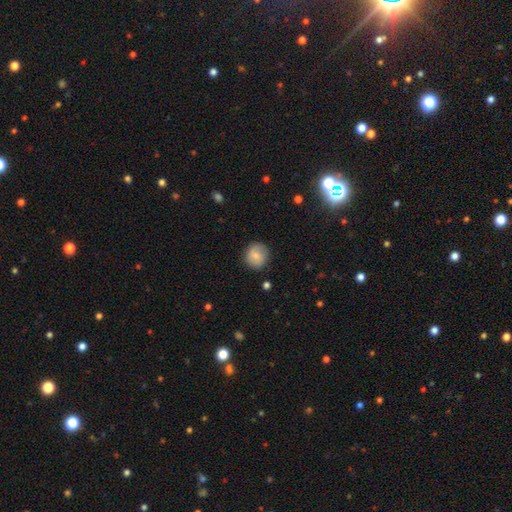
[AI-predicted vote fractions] Smooth or featured: smooth — 77% (featured or disk — 16%)
How rounded: round — 88% (in between — 11%)
Merging: none — 84% (minor disturbance — 12%)